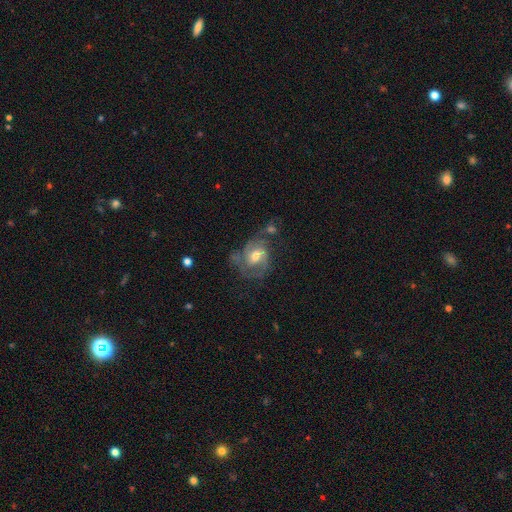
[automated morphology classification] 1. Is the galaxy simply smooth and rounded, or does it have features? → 79% featured or disk, 15% smooth, 6% star or artifact.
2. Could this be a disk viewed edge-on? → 97% no, 3% yes.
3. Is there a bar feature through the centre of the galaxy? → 50% weak, 37% no, 12% strong.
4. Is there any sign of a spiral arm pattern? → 93% yes, 7% no.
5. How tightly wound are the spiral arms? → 49% medium, 34% tight, 16% loose.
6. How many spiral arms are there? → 63% 2, 15% can't tell, 13% 3, 5% 1, 2% 4, 2% more than 4.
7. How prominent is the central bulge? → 68% moderate, 21% small, 9% large, 2% none, 1% dominant.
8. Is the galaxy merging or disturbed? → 47% none, 24% minor disturbance, 19% major disturbance, 9% merger.